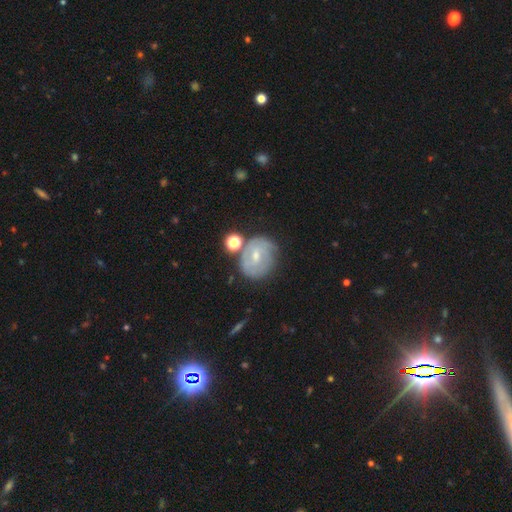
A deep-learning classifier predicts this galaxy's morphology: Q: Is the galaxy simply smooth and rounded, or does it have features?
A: featured or disk — 62%.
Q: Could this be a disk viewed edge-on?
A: no — 97%.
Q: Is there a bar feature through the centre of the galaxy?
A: weak — 48%.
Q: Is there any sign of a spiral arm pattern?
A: yes — 74%.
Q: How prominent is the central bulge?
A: small — 54%.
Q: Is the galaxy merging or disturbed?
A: none — 61%.